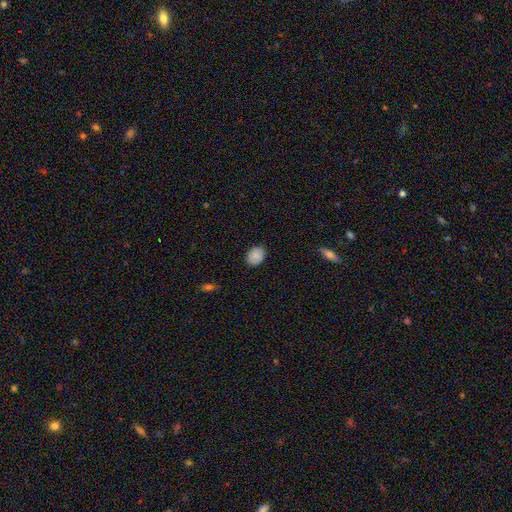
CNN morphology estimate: Overall: smooth (85%). How rounded: in between (65%; round 34%). Merging: none (85%).